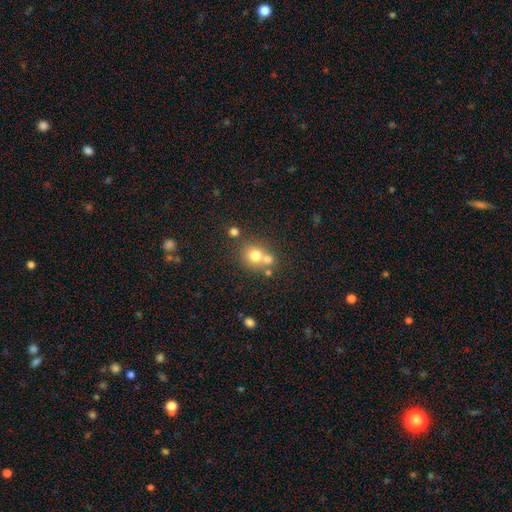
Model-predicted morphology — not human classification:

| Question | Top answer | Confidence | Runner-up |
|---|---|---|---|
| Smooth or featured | smooth | 72% | featured or disk (15%) |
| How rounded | round | 80% | in between (19%) |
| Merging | none | 47% | merger (41%) |